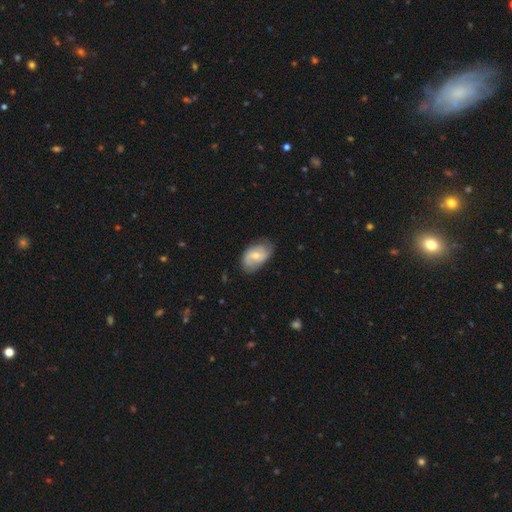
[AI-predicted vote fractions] Overall: featured or disk (49%; smooth 44%). Merging: none (68%).